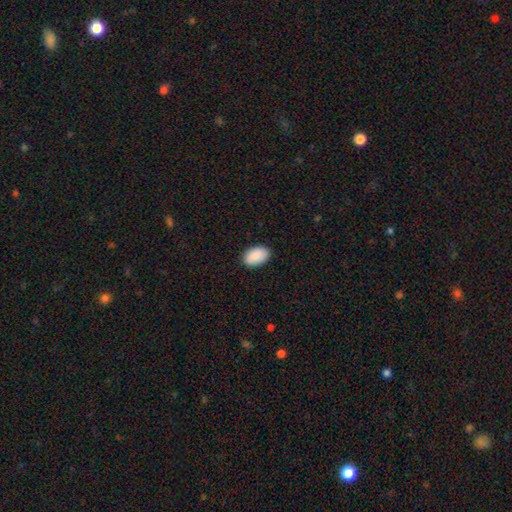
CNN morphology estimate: type=smooth (89%); roundness=in between (92%); merging=none (88%).